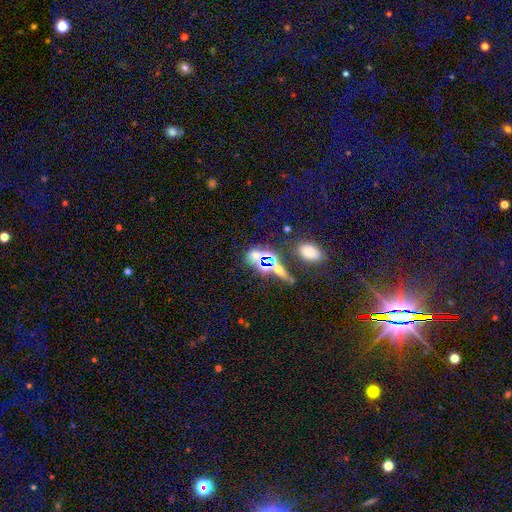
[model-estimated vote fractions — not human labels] smooth-or-featured: star or artifact: 45% | smooth: 40% | featured or disk: 15%